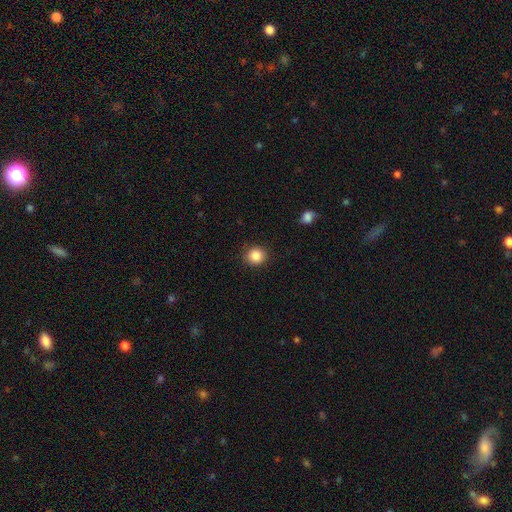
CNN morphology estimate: Overall: smooth (86%). How rounded: round (88%). Merging: none (90%).